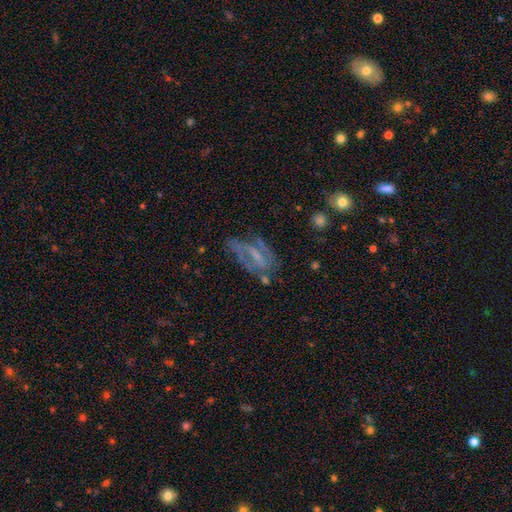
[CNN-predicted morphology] Smooth or featured?
  - featured or disk: 66% *
  - smooth: 21%
  - star or artifact: 12%
Edge-on disk?
  - no: 90% *
  - yes: 10%
Bar?
  - weak: 40% *
  - strong: 34%
  - no: 26%
Spiral arms?
  - yes: 67% *
  - no: 33%
Bulge size?
  - small: 38% *
  - none: 36%
  - moderate: 21%
  - large: 3%
  - dominant: 1%
Merging?
  - none: 45% *
  - major disturbance: 25%
  - minor disturbance: 24%
  - merger: 6%